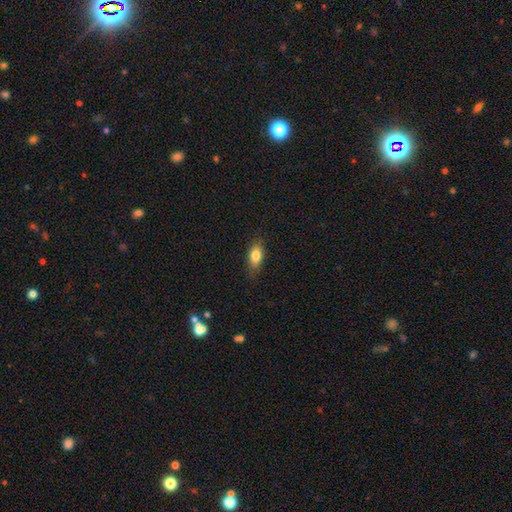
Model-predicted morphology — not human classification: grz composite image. It shows a smooth galaxy with no disk features (80%) that is in between round and cigar-shaped (83%). Merging: none (80%).